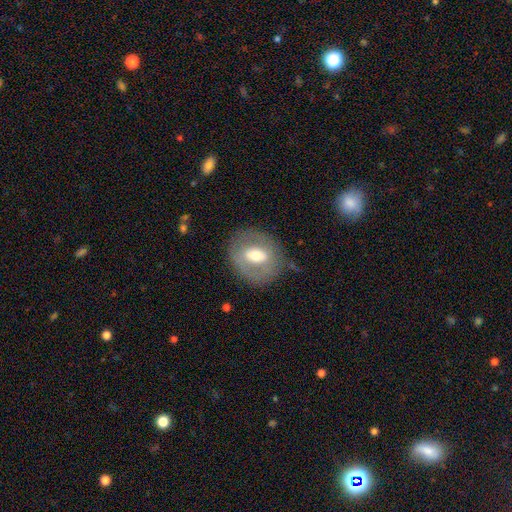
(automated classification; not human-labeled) Overall: featured or disk (50%; smooth 43%). Edge-on disk: no (92%). Merging: none (73%).